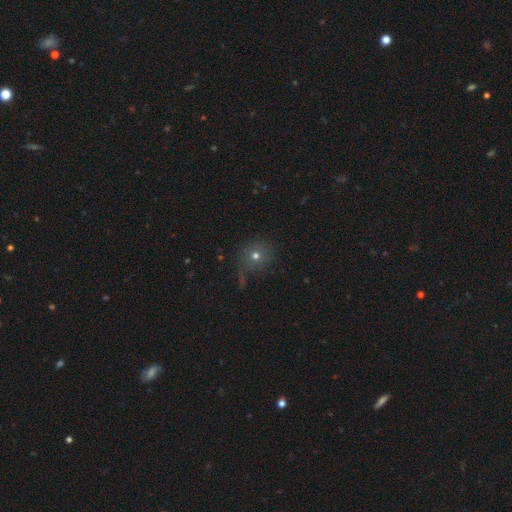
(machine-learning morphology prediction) Smooth or featured? smooth (65%)
How rounded? round (88%)
Merging? none (69%)